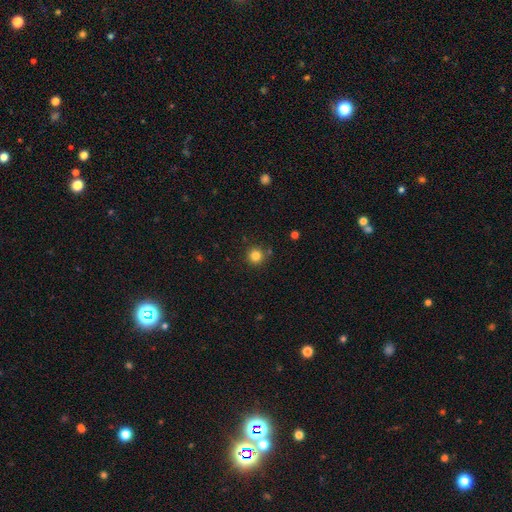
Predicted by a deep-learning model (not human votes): smooth_or_featured: smooth (p=0.82) [alt: star or artifact p=0.13]
how_rounded: round (p=0.95) [alt: in between p=0.04]
merging: none (p=0.86) [alt: minor disturbance p=0.08]